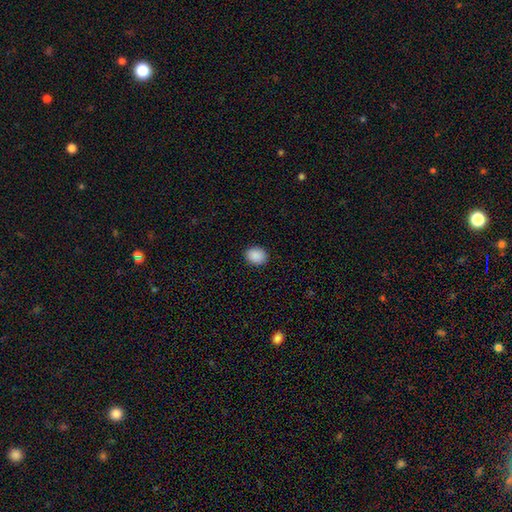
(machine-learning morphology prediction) Smooth or featured?
  - smooth: 89% *
  - star or artifact: 8%
  - featured or disk: 3%
How rounded?
  - round: 54% *
  - in between: 46%
  - cigar-shaped: 1%
Merging?
  - none: 90% *
  - minor disturbance: 7%
  - major disturbance: 2%
  - merger: 1%